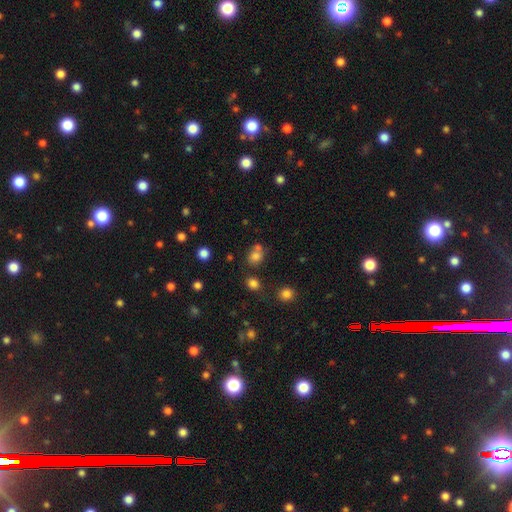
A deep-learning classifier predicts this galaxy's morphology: A smooth galaxy with no disk features (76%) that is round (67%). Merging: none (58%).